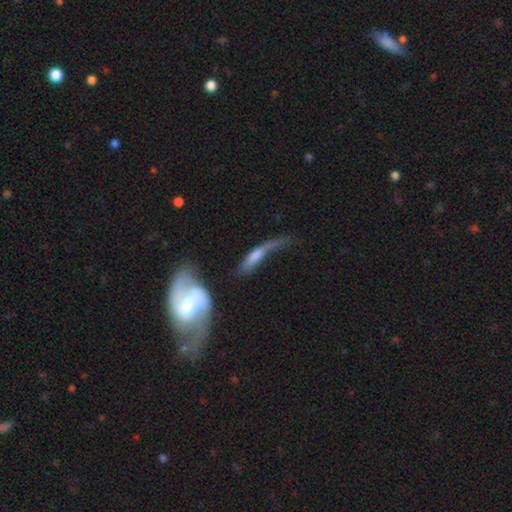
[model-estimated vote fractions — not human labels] Q: Smooth or featured?
A: featured or disk (58%); runner-up: smooth (32%)
Q: Edge-on disk?
A: no (66%); runner-up: yes (34%)
Q: Merging?
A: major disturbance (31%); runner-up: merger (27%)